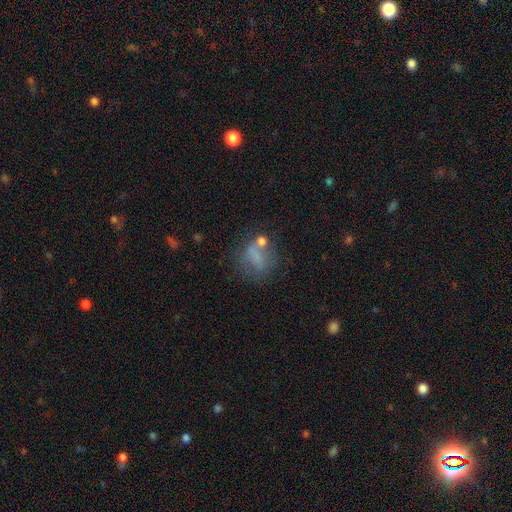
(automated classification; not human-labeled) This appears to be a smooth galaxy with no disk features (59%) that is round (48%). Merging: none (44%).